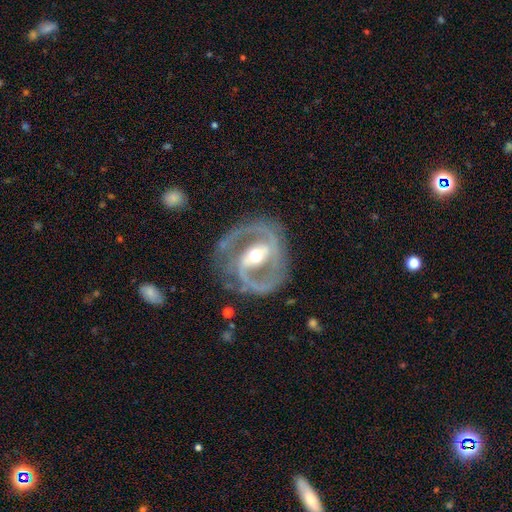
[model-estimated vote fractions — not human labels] A featured or disk galaxy (91%) with a strong bar (60%), 2 (89%) medium (52%) spiral arms (95%) and a moderate central bulge (66%). Merging: none (76%).